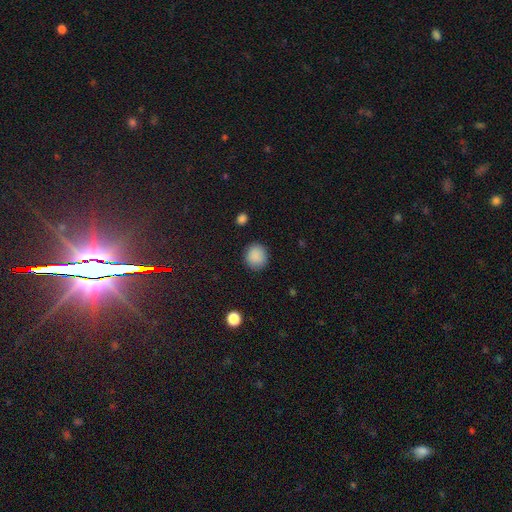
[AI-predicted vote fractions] Morphology: type=smooth (88%); roundness=round (89%); merging=none (89%).